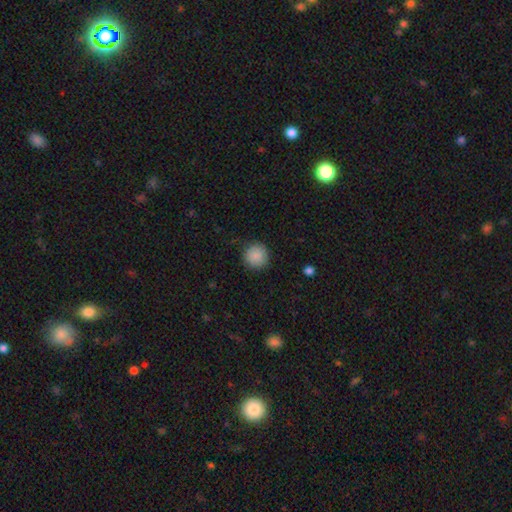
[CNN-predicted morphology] A smooth galaxy with no disk features (88%) that is round (95%). Merging: none (89%).